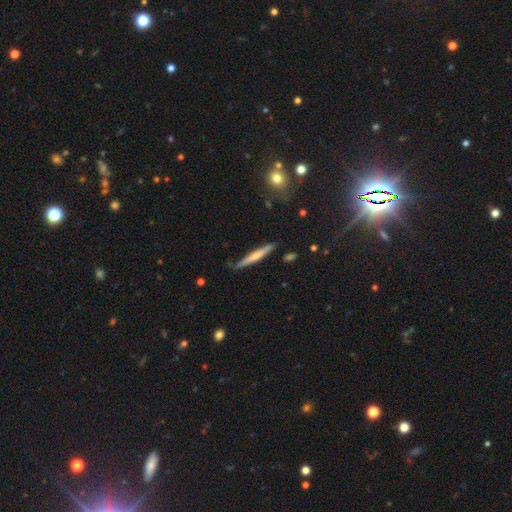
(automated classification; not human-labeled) Overall: smooth (52%; featured or disk 42%). How rounded: cigar-shaped (94%). Merging: none (81%).